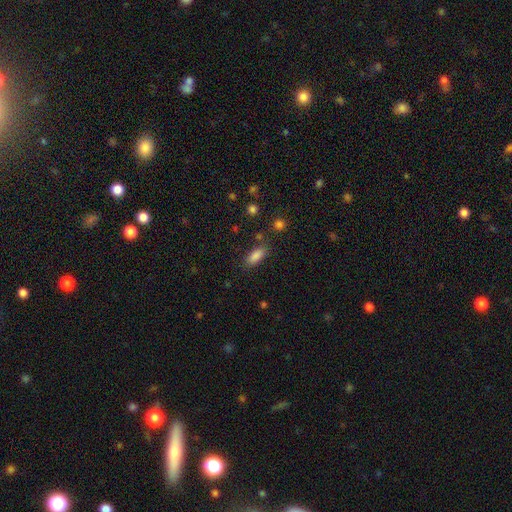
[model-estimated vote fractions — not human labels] Morphology: type=smooth (85%); roundness=in between (80%); merging=none (79%).